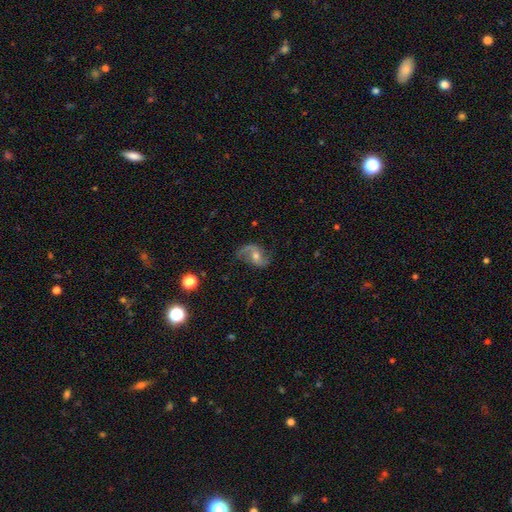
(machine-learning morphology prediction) smooth_or_featured: featured or disk (p=0.84) [alt: smooth p=0.09]
disk_edge_on: no (p=0.97) [alt: yes p=0.03]
bar: no (p=0.54) [alt: weak p=0.35]
has_spiral_arms: yes (p=0.95) [alt: no p=0.05]
spiral_winding: loose (p=0.64) [alt: medium p=0.29]
spiral_arm_count: 2 (p=0.91) [alt: 1 p=0.04]
bulge_size: moderate (p=0.62) [alt: small p=0.31]
merging: none (p=0.75) [alt: minor disturbance p=0.16]